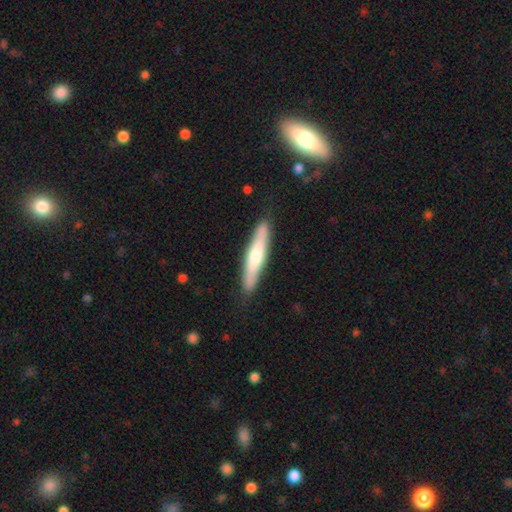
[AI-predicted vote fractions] Overall: featured or disk (50%; smooth 44%). Merging: none (83%).